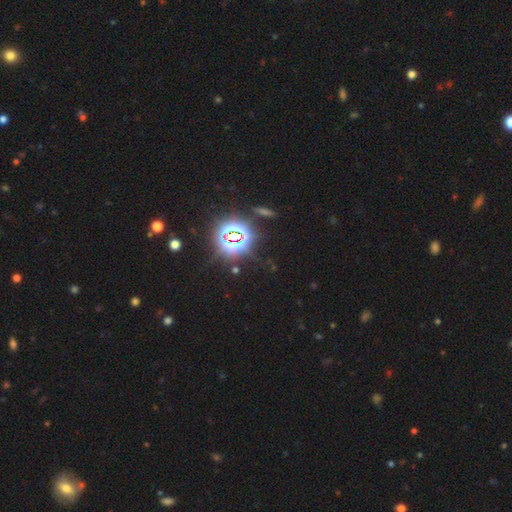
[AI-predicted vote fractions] smooth-or-featured: star or artifact: 84% | smooth: 10% | featured or disk: 6%